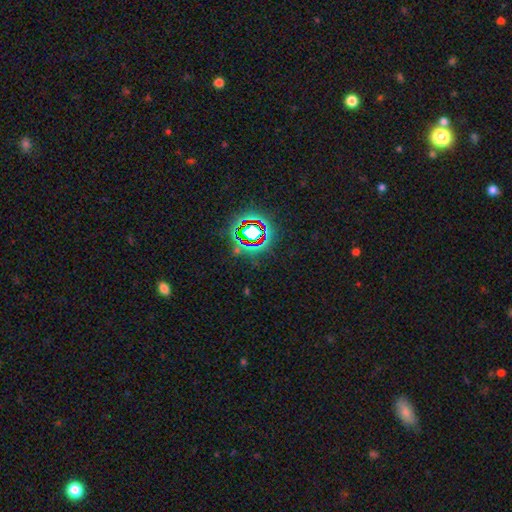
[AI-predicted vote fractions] The model was most divided on "smooth or featured": star or artifact: 72%, smooth: 14%, featured or disk: 14%.